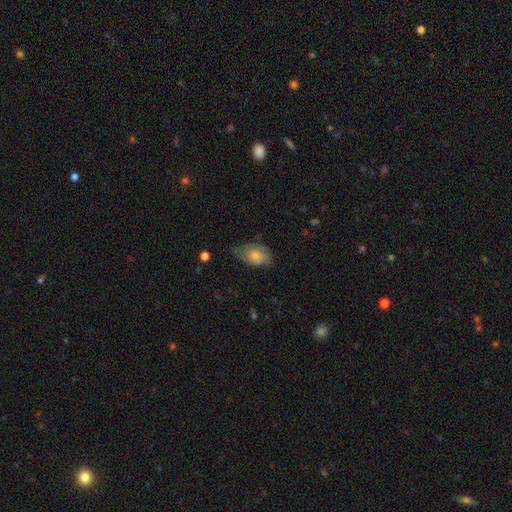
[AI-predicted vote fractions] Q: Smooth or featured?
A: smooth (71%); runner-up: featured or disk (22%)
Q: How rounded?
A: in between (89%); runner-up: round (9%)
Q: Merging?
A: none (50%); runner-up: minor disturbance (36%)